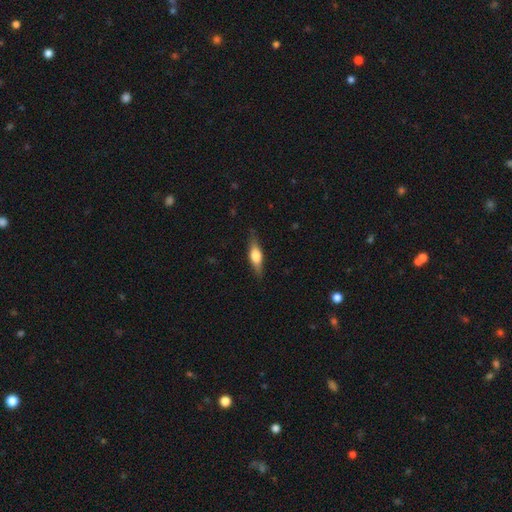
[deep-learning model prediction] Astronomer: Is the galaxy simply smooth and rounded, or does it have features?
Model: smooth — 51% (runner-up: featured or disk, 43%).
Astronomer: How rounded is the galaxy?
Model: cigar-shaped — 50% (runner-up: in between, 47%).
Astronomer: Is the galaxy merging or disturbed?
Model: none — 82%.